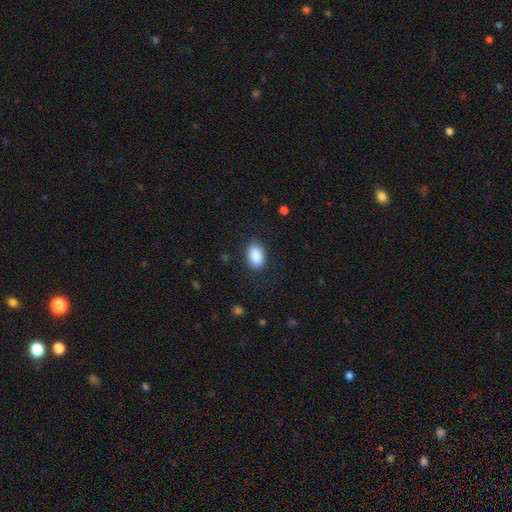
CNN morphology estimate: The model was most divided on "merging": none: 83%, minor disturbance: 12%, major disturbance: 4%, merger: 1%. More confident: how rounded — in between (90%); smooth or featured — smooth (89%).